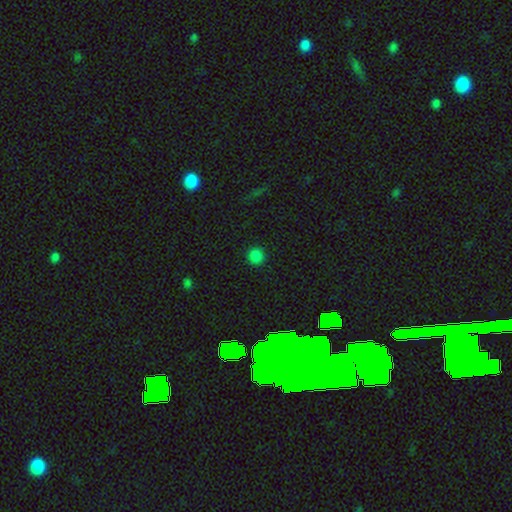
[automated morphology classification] This is clearly a smooth galaxy (83%). How rounded: clearly round (94%). Merging: clearly none (92%).